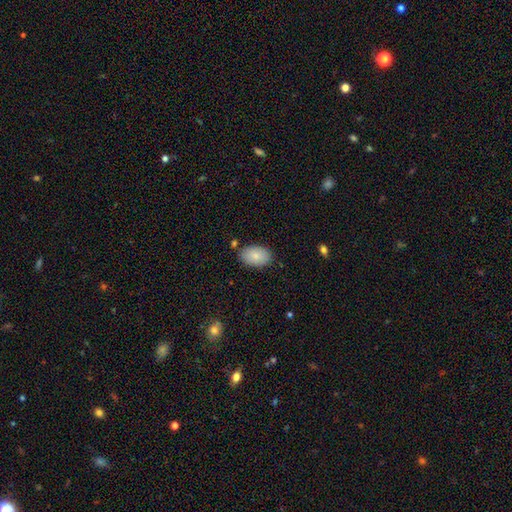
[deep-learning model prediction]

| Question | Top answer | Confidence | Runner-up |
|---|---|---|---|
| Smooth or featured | smooth | 84% | featured or disk (9%) |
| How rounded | in between | 92% | round (7%) |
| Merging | none | 84% | minor disturbance (11%) |